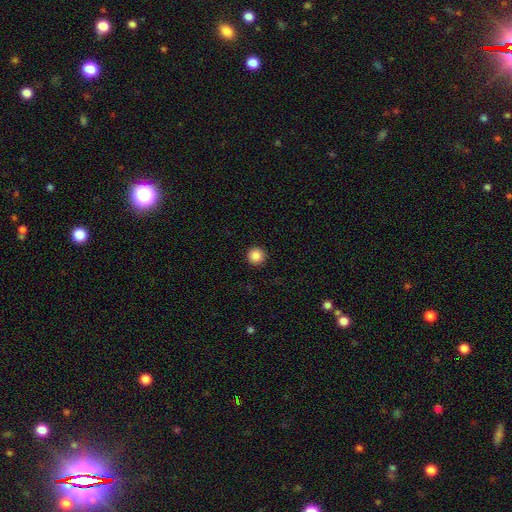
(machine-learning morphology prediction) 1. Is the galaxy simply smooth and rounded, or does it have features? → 88% smooth, 10% star or artifact, 3% featured or disk.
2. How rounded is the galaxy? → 96% round, 3% in between, 1% cigar-shaped.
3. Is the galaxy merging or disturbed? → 93% none, 4% minor disturbance, 2% major disturbance, 1% merger.